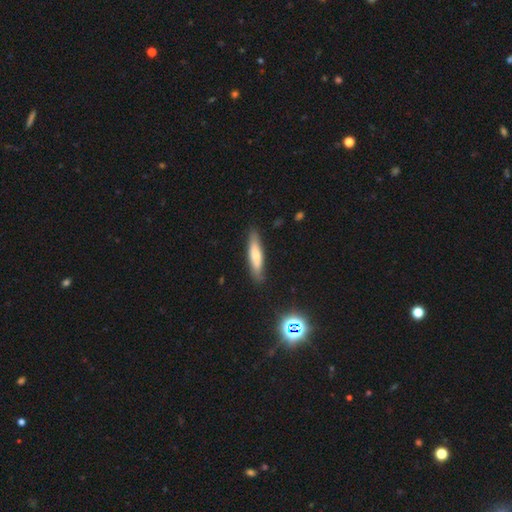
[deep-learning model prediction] Q: Smooth or featured?
A: smooth (65%); runner-up: featured or disk (28%)
Q: How rounded?
A: cigar-shaped (79%); runner-up: in between (20%)
Q: Merging?
A: none (85%); runner-up: minor disturbance (12%)